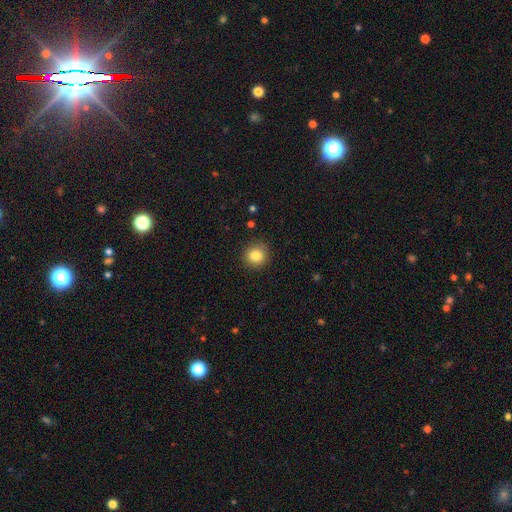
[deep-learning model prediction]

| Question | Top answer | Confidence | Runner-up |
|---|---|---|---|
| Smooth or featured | smooth | 83% | star or artifact (11%) |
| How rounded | round | 91% | in between (8%) |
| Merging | none | 90% | minor disturbance (6%) |